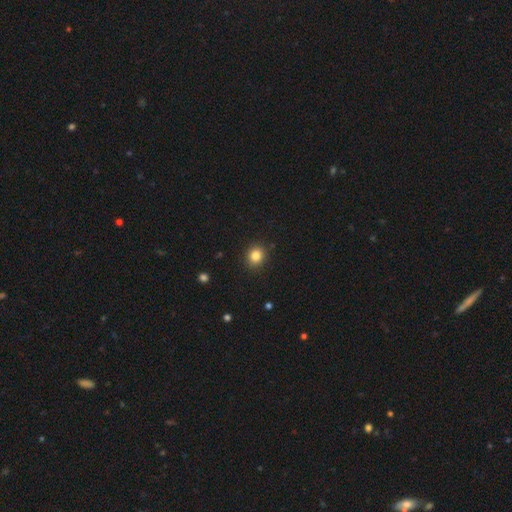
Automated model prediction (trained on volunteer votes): Smooth or featured: smooth — 84% (star or artifact — 11%)
How rounded: round — 81% (in between — 18%)
Merging: none — 91% (minor disturbance — 6%)